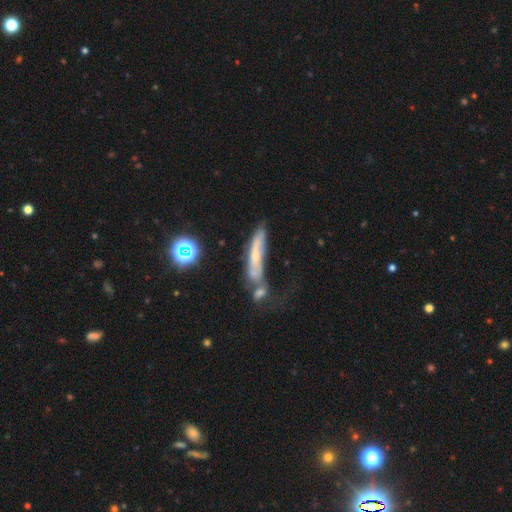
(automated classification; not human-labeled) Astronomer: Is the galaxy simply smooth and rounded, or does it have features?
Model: featured or disk — 49% (runner-up: smooth, 38%).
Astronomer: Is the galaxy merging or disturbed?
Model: merger — 34% (runner-up: none, 32%).